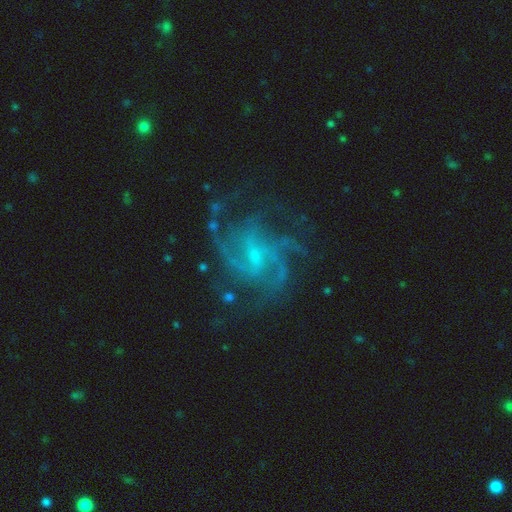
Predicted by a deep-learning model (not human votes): A featured or disk galaxy (89%) with a weak bar (51%), 4 (34%) medium (52%) spiral arms (97%) and a small central bulge (70%). Merging: none (69%).